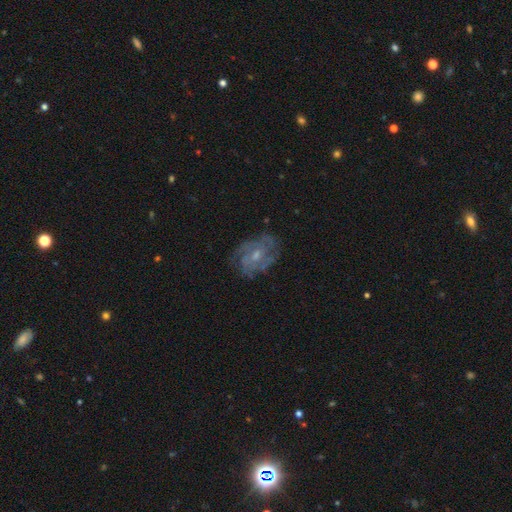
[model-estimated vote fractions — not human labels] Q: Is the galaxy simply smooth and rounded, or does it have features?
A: featured or disk — 78%.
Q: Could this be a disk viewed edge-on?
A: no — 97%.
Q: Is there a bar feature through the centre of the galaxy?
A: no — 55%.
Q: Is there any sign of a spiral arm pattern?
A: yes — 88%.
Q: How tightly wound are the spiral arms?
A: tight — 48%.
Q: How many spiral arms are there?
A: can't tell — 33%.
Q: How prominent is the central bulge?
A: moderate — 47%.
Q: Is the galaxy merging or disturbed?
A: none — 70%.